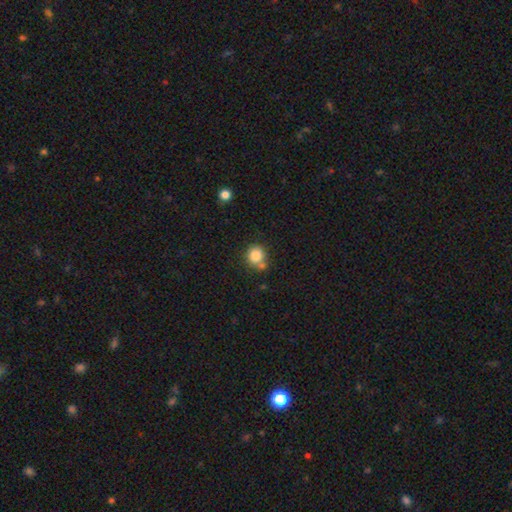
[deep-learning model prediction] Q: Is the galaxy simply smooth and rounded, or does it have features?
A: smooth — 83%.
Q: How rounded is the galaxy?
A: round — 88%.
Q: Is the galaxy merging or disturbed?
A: none — 63%.